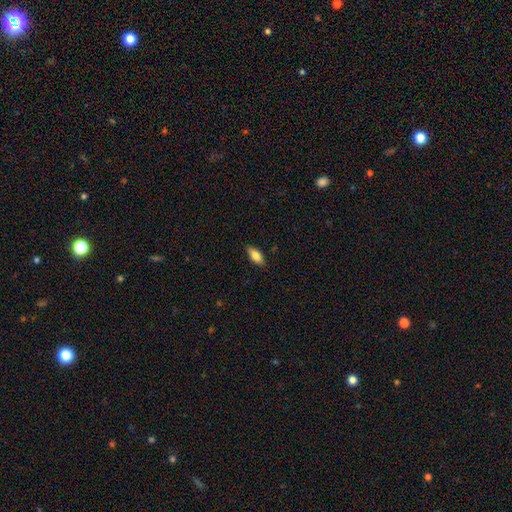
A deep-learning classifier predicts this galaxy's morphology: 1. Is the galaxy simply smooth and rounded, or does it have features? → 80% smooth, 13% featured or disk, 7% star or artifact.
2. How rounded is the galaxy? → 85% in between, 12% cigar-shaped, 3% round.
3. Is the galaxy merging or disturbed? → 87% none, 10% minor disturbance, 2% major disturbance, 1% merger.